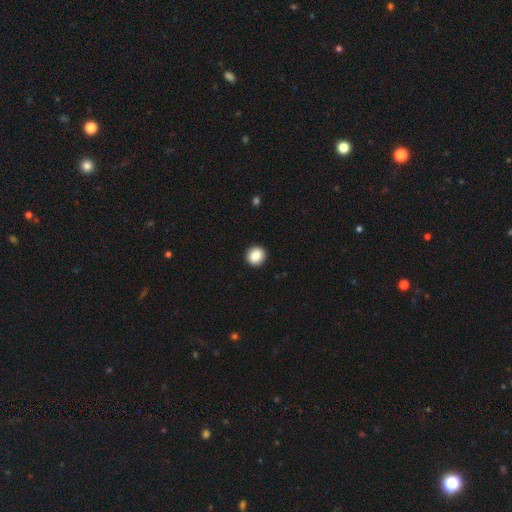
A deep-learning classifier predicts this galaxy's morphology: smooth_or_featured: smooth (p=0.86) [alt: star or artifact p=0.08]
how_rounded: round (p=0.92) [alt: in between p=0.07]
merging: none (p=0.93) [alt: minor disturbance p=0.04]